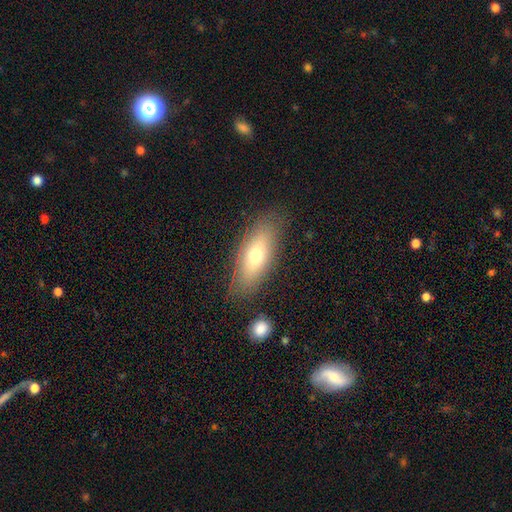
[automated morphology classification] smooth-or-featured: smooth: 69% | featured or disk: 23% | star or artifact: 8%
  how-rounded: in between: 75% | cigar-shaped: 22% | round: 3%
  merging: none: 81% | minor disturbance: 12% | major disturbance: 4% | merger: 3%